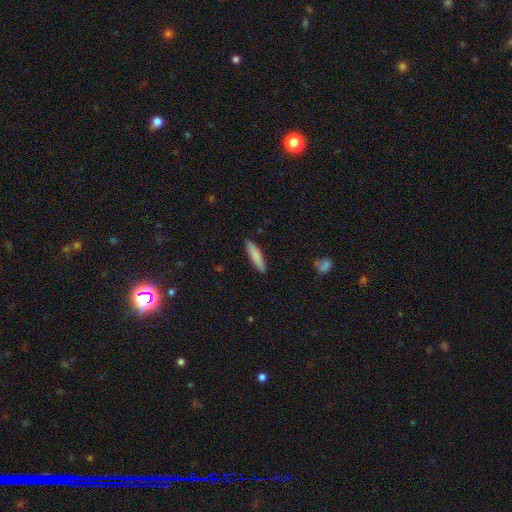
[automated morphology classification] type=smooth (83%); roundness=cigar-shaped (80%); merging=none (88%).